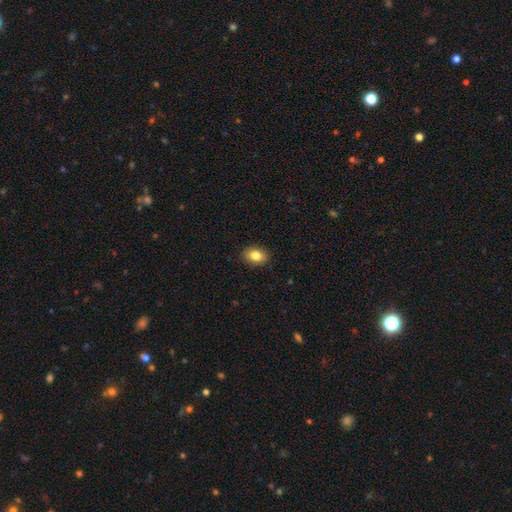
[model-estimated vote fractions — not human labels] Smooth or featured? smooth (83%)
How rounded? in between (76%)
Merging? none (89%)